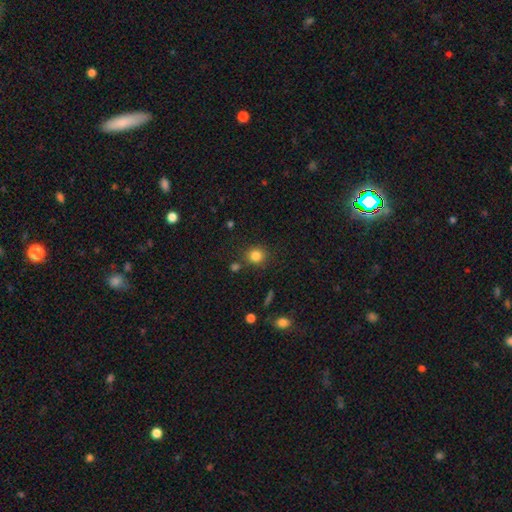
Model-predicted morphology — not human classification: Smooth or featured: smooth — 83% (star or artifact — 12%)
How rounded: round — 87% (in between — 12%)
Merging: none — 81% (minor disturbance — 10%)